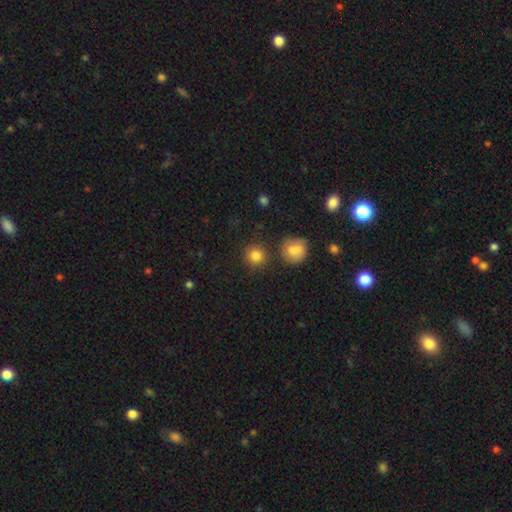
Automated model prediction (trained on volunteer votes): Q: Smooth or featured?
A: smooth (84%); runner-up: star or artifact (11%)
Q: How rounded?
A: round (92%); runner-up: in between (7%)
Q: Merging?
A: none (85%); runner-up: minor disturbance (7%)